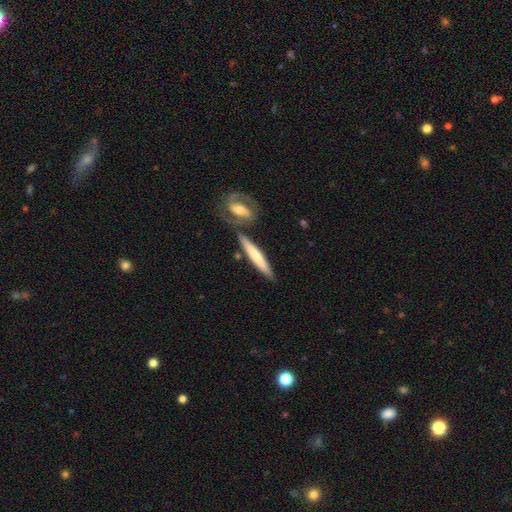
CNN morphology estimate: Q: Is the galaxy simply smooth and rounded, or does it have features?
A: smooth — 56%.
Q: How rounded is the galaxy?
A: cigar-shaped — 90%.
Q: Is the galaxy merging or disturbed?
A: none — 74%.